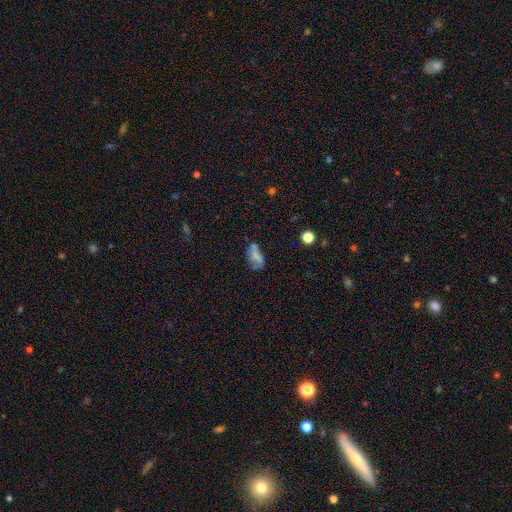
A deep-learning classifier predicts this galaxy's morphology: Q: Smooth or featured?
A: smooth (62%); runner-up: featured or disk (26%)
Q: How rounded?
A: in between (84%); runner-up: cigar-shaped (11%)
Q: Merging?
A: none (47%); runner-up: minor disturbance (28%)